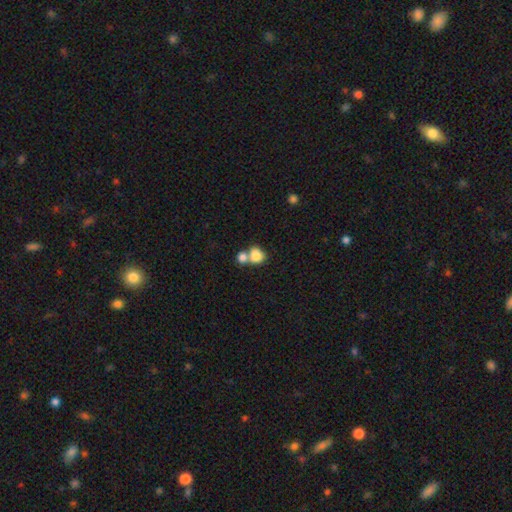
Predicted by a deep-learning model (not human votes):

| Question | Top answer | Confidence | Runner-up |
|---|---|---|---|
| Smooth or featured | smooth | 82% | featured or disk (9%) |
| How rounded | round | 62% | in between (37%) |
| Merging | merger | 57% | none (32%) |